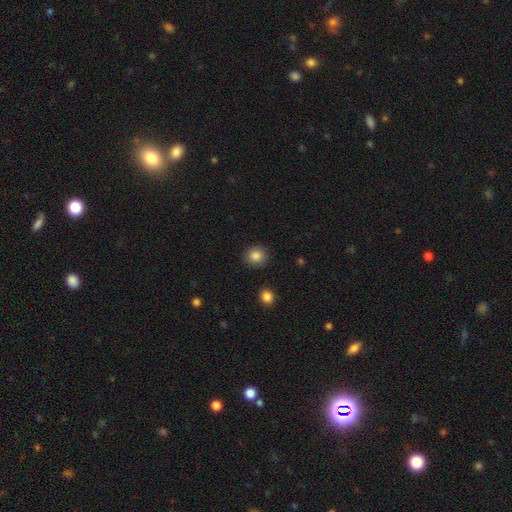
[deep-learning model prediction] Overall: smooth (86%). How rounded: round (83%). Merging: none (90%).